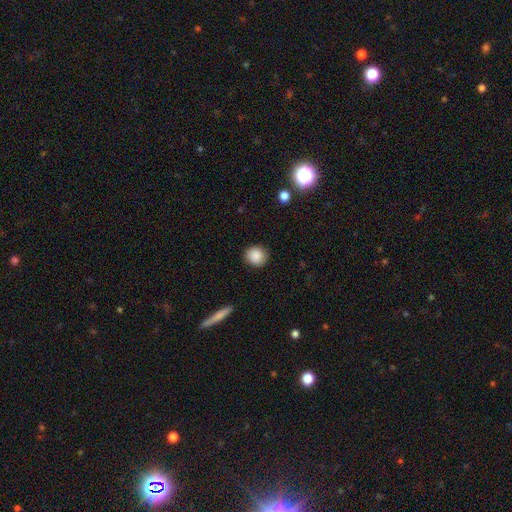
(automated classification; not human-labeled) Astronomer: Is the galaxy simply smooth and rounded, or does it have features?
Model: smooth — 88%.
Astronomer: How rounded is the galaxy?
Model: round — 86%.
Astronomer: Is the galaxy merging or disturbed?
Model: none — 88%.